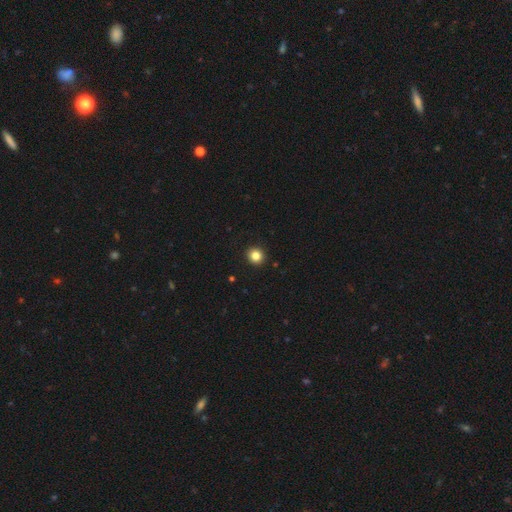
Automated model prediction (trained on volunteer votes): A smooth galaxy with no disk features (84%) that is round (91%). Merging: none (93%).